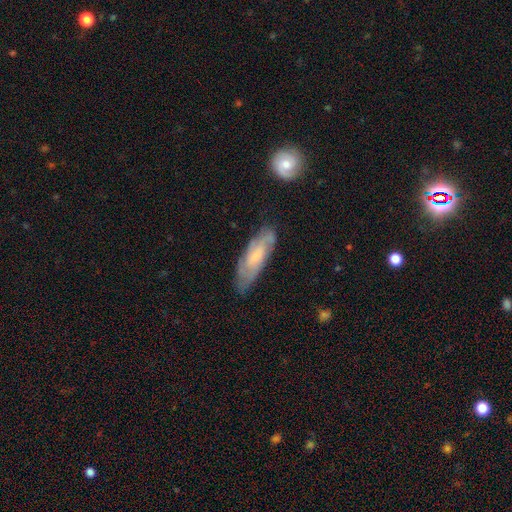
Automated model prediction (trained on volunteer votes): Morphology: type=featured or disk (54%); edge-on=no (79%); merging=none (65%).